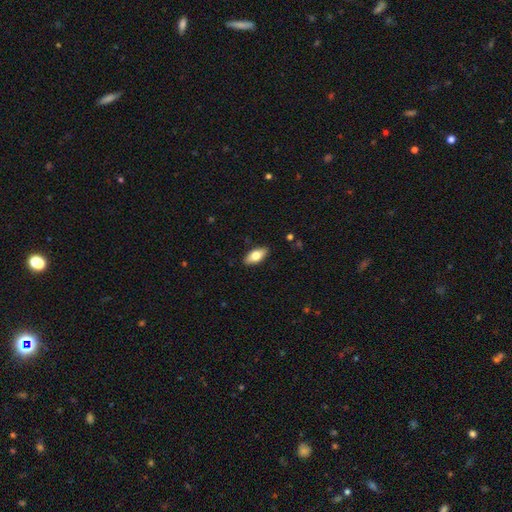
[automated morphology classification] smooth 70%, featured or disk 23%, star or artifact 6%. Down the decision tree: how rounded — in between (86%); merging — none (88%).